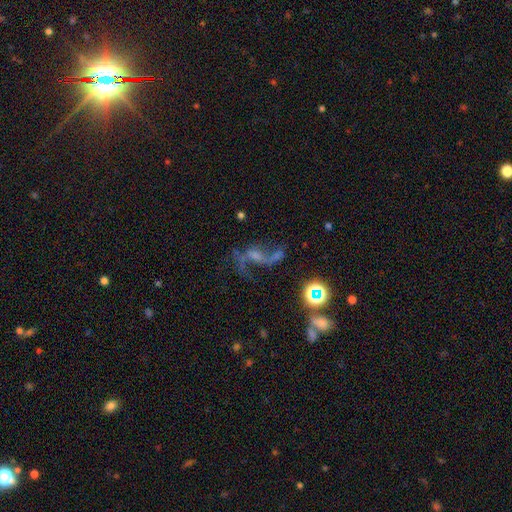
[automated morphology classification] smooth-or-featured: featured or disk: 66% | star or artifact: 23% | smooth: 11%
  disk-edge-on: no: 94% | yes: 6%
    bar: no: 51% | weak: 35% | strong: 14%
    has-spiral-arms: yes: 86% | no: 14%
      spiral-winding: loose: 77% | medium: 18% | tight: 5%
      spiral-arm-count: 2: 76% | 1: 9% | can't tell: 7% | 3: 4% | 4: 2% | more than 4: 2%
    bulge-size: small: 42% | moderate: 27% | none: 25% | large: 4% | dominant: 2%
  merging: none: 48% | major disturbance: 26% | minor disturbance: 15% | merger: 10%